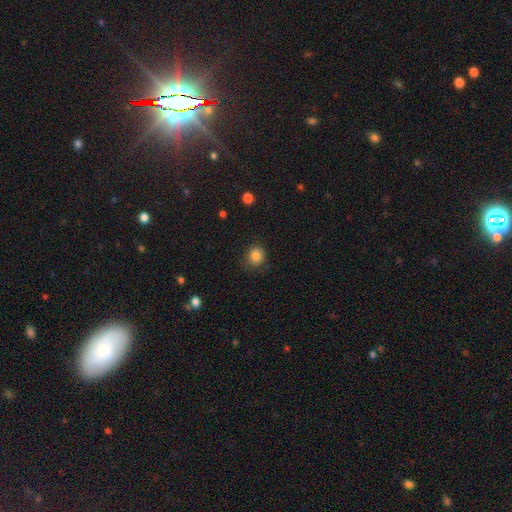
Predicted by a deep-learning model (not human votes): The model was most divided on "how rounded": round: 80%, in between: 19%, cigar-shaped: 1%. More confident: smooth or featured — smooth (84%); merging — none (79%).